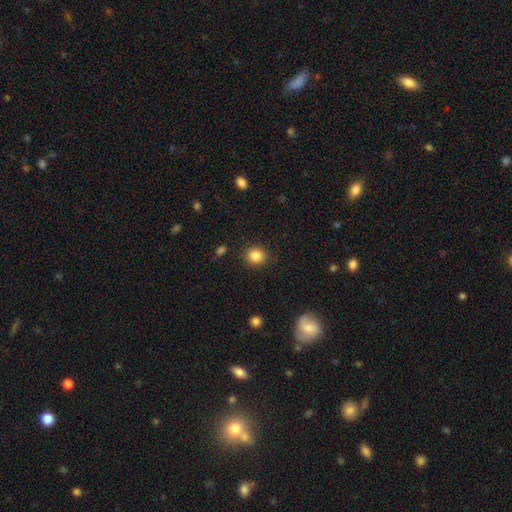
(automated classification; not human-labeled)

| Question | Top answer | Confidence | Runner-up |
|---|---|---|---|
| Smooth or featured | smooth | 85% | star or artifact (10%) |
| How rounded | round | 84% | in between (15%) |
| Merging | none | 89% | minor disturbance (7%) |